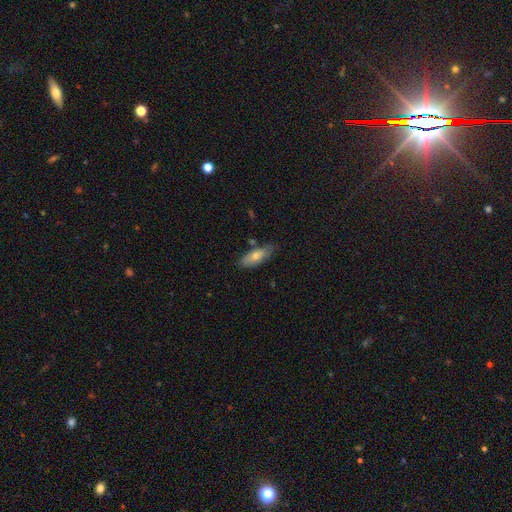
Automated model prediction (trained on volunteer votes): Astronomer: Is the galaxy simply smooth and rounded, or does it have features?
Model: smooth — 66%.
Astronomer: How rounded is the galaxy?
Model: in between — 66%.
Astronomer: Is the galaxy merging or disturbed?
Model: none — 77%.